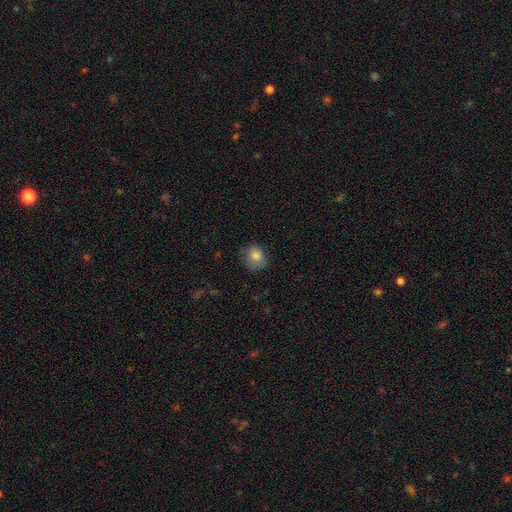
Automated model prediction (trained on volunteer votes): Morphology: type=smooth (83%); roundness=round (77%); merging=none (69%).